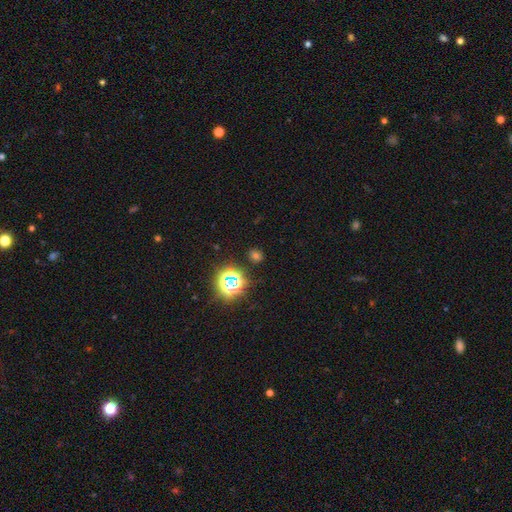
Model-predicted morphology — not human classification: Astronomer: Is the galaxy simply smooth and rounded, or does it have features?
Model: smooth — 55% (runner-up: star or artifact, 39%).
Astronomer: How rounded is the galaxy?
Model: round — 59% (runner-up: in between, 40%).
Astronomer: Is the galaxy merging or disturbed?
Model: none — 84%.